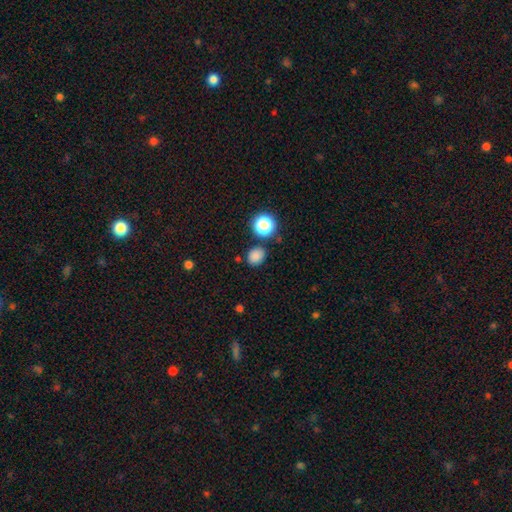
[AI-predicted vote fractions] smooth-or-featured: smooth: 82% | star or artifact: 14% | featured or disk: 4%
  how-rounded: round: 64% | in between: 35% | cigar-shaped: 1%
  merging: none: 82% | minor disturbance: 10% | merger: 5% | major disturbance: 3%